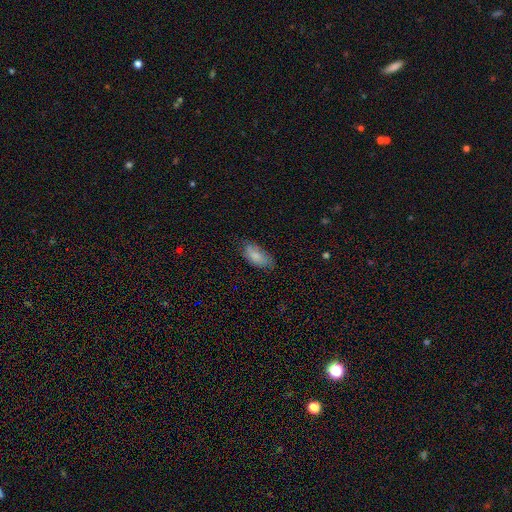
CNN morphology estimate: smooth_or_featured: smooth (p=0.79) [alt: featured or disk p=0.14]
how_rounded: in between (p=0.91) [alt: cigar-shaped p=0.07]
merging: none (p=0.64) [alt: minor disturbance p=0.28]